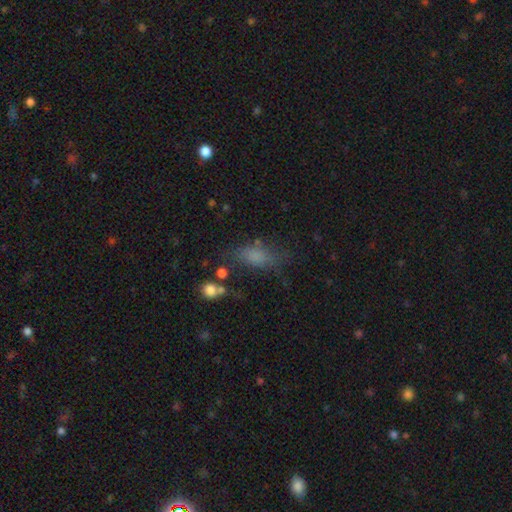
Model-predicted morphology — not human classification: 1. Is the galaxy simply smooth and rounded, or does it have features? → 74% smooth, 14% star or artifact, 12% featured or disk.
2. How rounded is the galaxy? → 77% in between, 15% cigar-shaped, 8% round.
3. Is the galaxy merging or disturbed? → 58% none, 23% minor disturbance, 13% major disturbance, 6% merger.